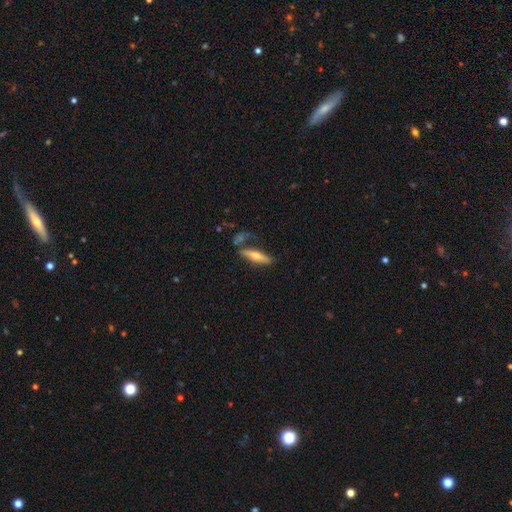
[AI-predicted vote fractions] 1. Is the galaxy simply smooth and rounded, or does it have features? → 48% smooth, 46% featured or disk, 7% star or artifact.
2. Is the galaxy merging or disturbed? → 69% none, 15% minor disturbance, 10% merger, 6% major disturbance.